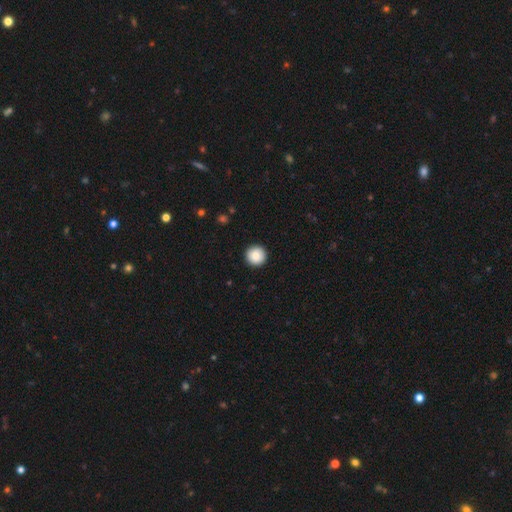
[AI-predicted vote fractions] smooth_or_featured: smooth (p=0.86) [alt: star or artifact p=0.08]
how_rounded: round (p=0.96) [alt: in between p=0.03]
merging: none (p=0.93) [alt: minor disturbance p=0.05]